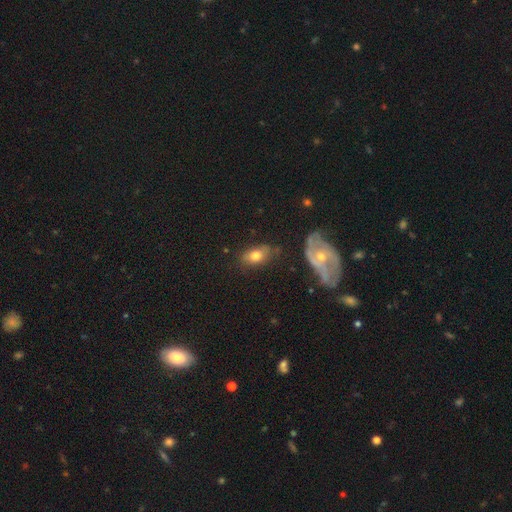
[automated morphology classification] type=smooth (71%); roundness=in between (85%); merging=none (67%).